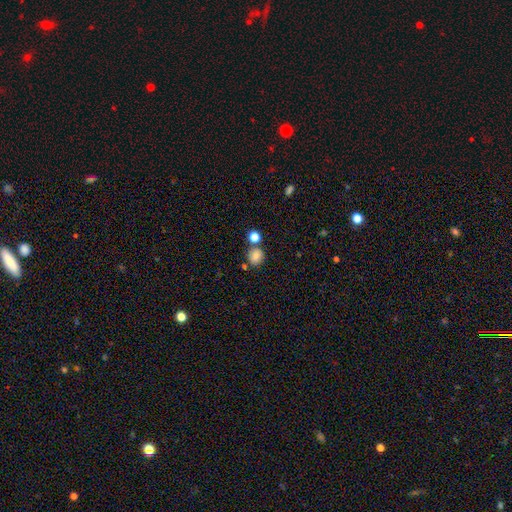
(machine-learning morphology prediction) smooth-or-featured: smooth: 82% | star or artifact: 11% | featured or disk: 7%
  how-rounded: round: 76% | in between: 23% | cigar-shaped: 1%
  merging: none: 68% | merger: 17% | minor disturbance: 11% | major disturbance: 3%